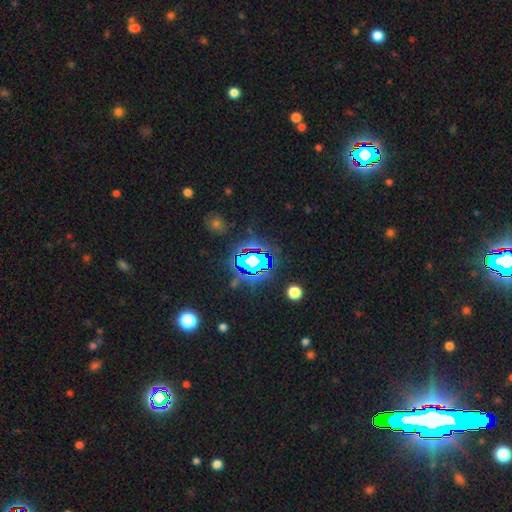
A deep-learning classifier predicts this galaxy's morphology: Smooth or featured? Predicted: star or artifact (p=0.75).